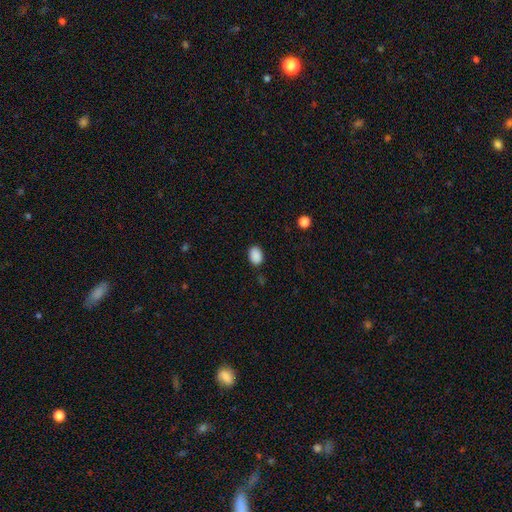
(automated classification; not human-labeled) Overall: smooth (89%). How rounded: in between (80%). Merging: none (85%).